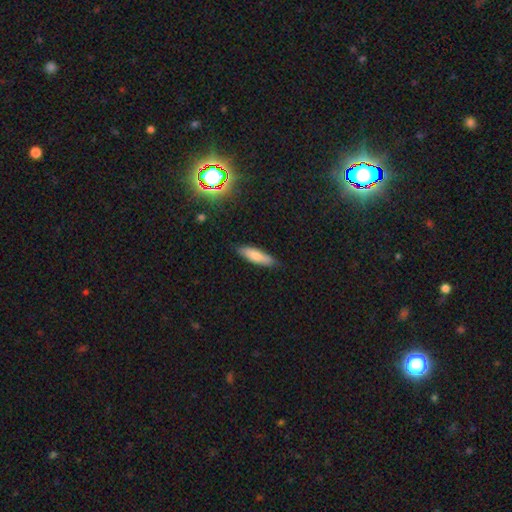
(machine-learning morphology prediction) Overall: smooth (78%). How rounded: cigar-shaped (59%; in between 40%). Merging: none (84%).